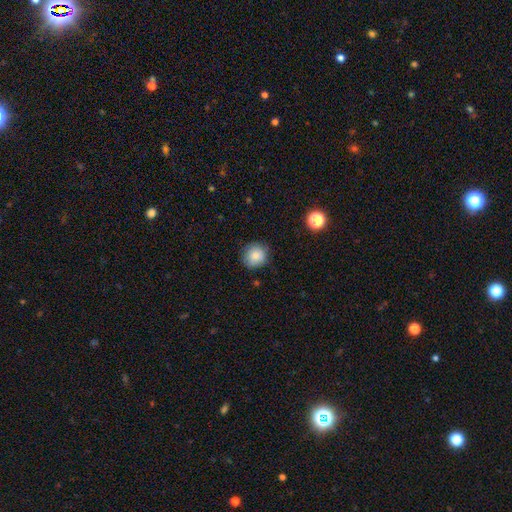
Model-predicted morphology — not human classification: Q: Smooth or featured?
A: smooth (82%); runner-up: featured or disk (9%)
Q: How rounded?
A: round (90%); runner-up: in between (9%)
Q: Merging?
A: none (81%); runner-up: minor disturbance (15%)